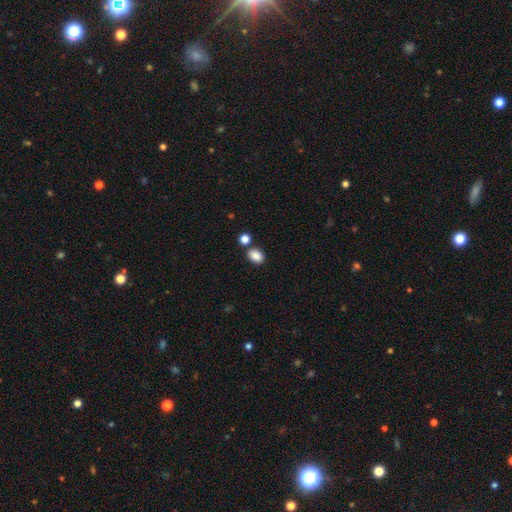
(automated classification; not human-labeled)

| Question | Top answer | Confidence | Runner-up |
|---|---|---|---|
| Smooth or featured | smooth | 87% | star or artifact (9%) |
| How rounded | in between | 69% | round (30%) |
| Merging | none | 76% | merger (11%) |